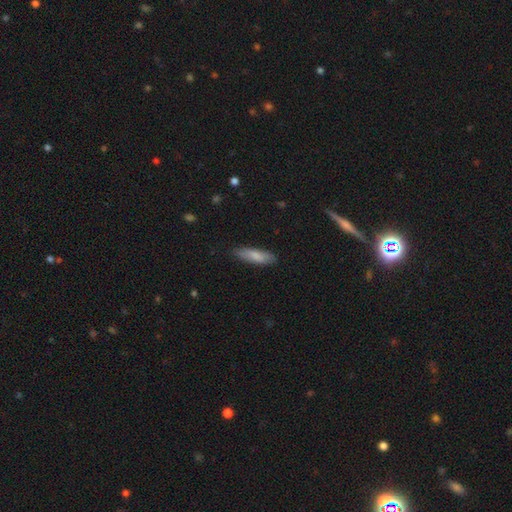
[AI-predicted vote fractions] A smooth galaxy with no disk features (81%) that is cigar-shaped (56%).

Vote fractions:
- Smooth or featured? smooth: 81% / featured or disk: 13% / star or artifact: 6%
- How rounded? cigar-shaped: 56% / in between: 43% / round: 2%
- Merging? none: 84% / minor disturbance: 13% / major disturbance: 2% / merger: 1%